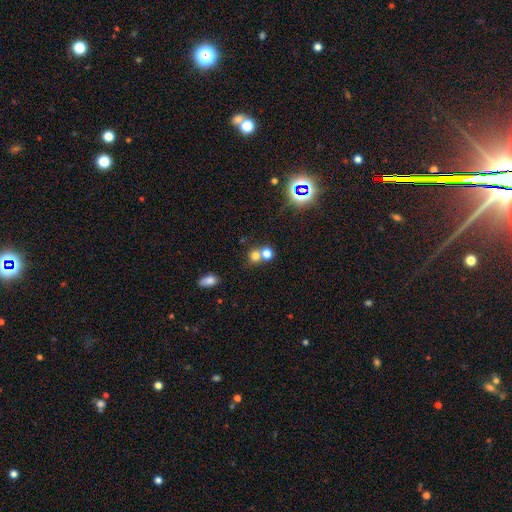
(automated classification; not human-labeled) Smooth or featured: smooth — 72% (star or artifact — 19%)
How rounded: round — 83% (in between — 16%)
Merging: none — 49% (merger — 42%)